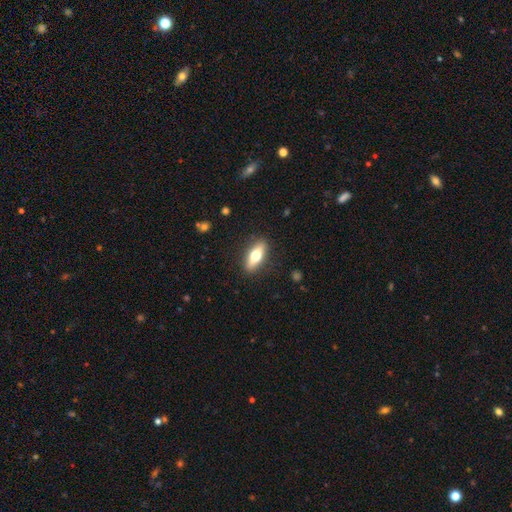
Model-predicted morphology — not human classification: type=smooth (59%); roundness=in between (61%); merging=none (88%).